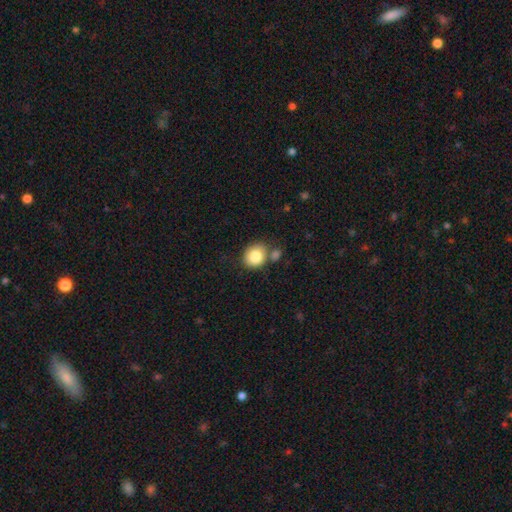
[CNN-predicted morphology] This is clearly a smooth galaxy (84%). How rounded: likely round (67%). Merging: likely none (61%).